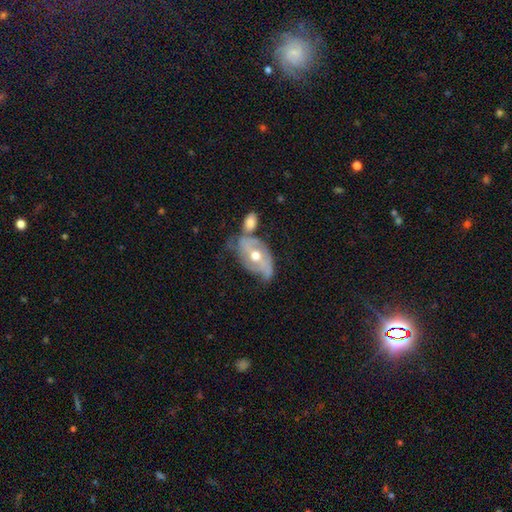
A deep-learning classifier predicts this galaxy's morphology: type=featured or disk (70%); edge-on=no (93%); bar=no (63%); spiral arms=yes (73%); bulge=moderate (77%); merging=none (32%).